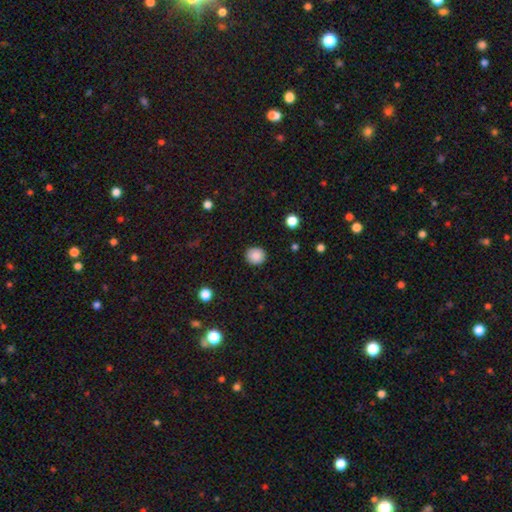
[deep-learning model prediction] Q: Smooth or featured?
A: smooth (88%); runner-up: star or artifact (9%)
Q: How rounded?
A: round (90%); runner-up: in between (9%)
Q: Merging?
A: none (91%); runner-up: minor disturbance (6%)